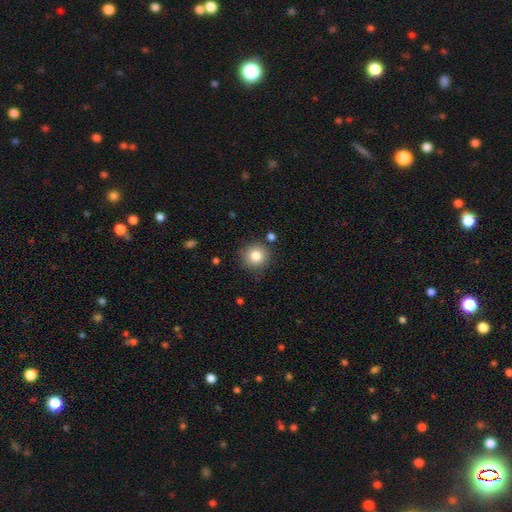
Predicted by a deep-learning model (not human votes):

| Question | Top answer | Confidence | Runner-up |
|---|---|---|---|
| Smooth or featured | smooth | 82% | star or artifact (11%) |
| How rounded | round | 93% | in between (6%) |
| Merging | none | 85% | minor disturbance (9%) |